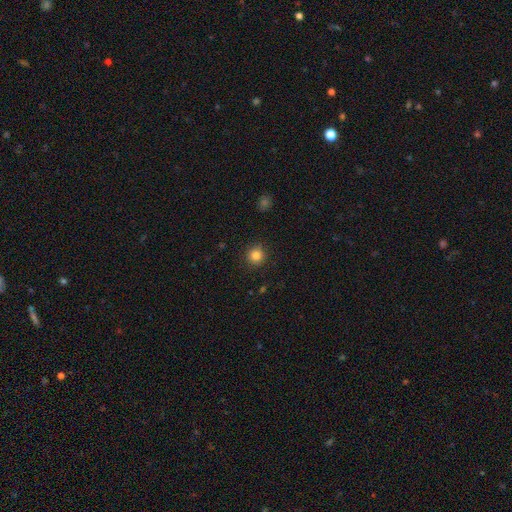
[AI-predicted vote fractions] Smooth or featured? smooth (82%)
How rounded? round (93%)
Merging? none (91%)